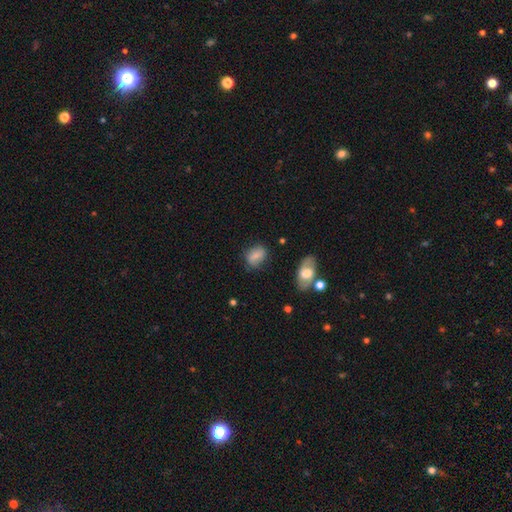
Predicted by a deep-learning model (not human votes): The model was most divided on "merging": none: 67%, minor disturbance: 23%, major disturbance: 6%, merger: 3%. More confident: smooth or featured — smooth (75%); how rounded — in between (75%).